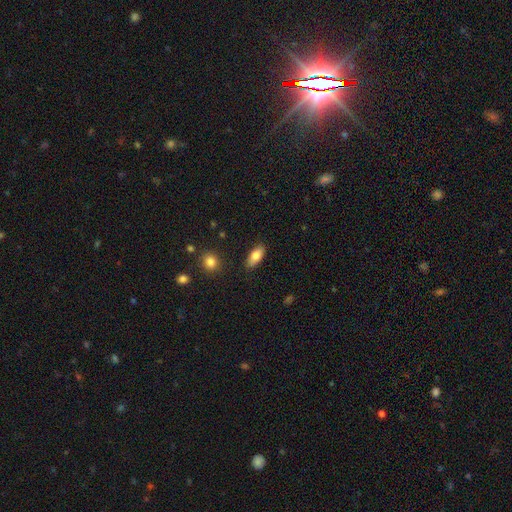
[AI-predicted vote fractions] A smooth galaxy with no disk features (80%) that is in between round and cigar-shaped (84%). Merging: none (86%).